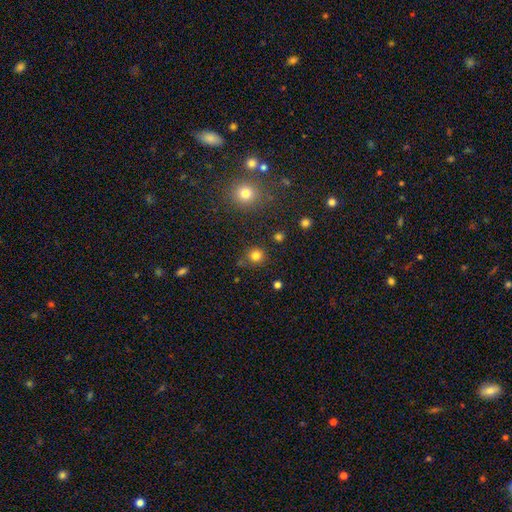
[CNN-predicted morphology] A smooth galaxy with no disk features (80%) that is round (92%).

Vote fractions:
- Smooth or featured? smooth: 80% / star or artifact: 15% / featured or disk: 5%
- How rounded? round: 92% / in between: 7% / cigar-shaped: 1%
- Merging? none: 83% / minor disturbance: 9% / merger: 4% / major disturbance: 3%